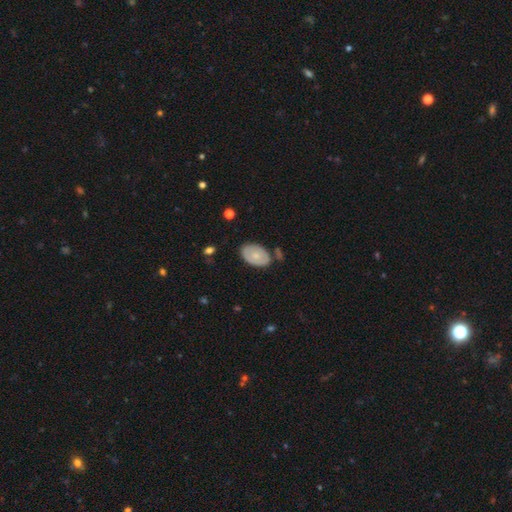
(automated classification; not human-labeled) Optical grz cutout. It shows a smooth galaxy with no disk features (60%) that is in between round and cigar-shaped (90%). Merging: none (73%).